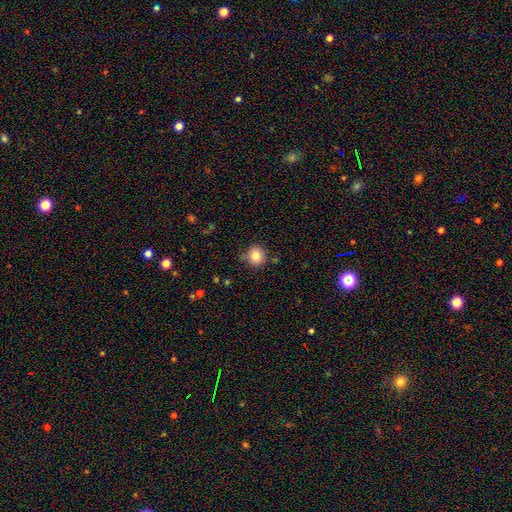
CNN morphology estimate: This is clearly a smooth galaxy (81%). How rounded: clearly round (91%). Merging: likely none (80%).